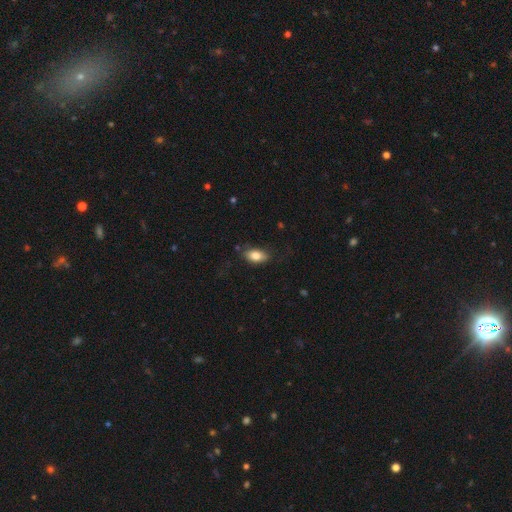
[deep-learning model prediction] smooth-or-featured: smooth: 83% | featured or disk: 10% | star or artifact: 7%
  how-rounded: in between: 90% | round: 6% | cigar-shaped: 4%
  merging: none: 76% | minor disturbance: 18% | major disturbance: 5% | merger: 2%